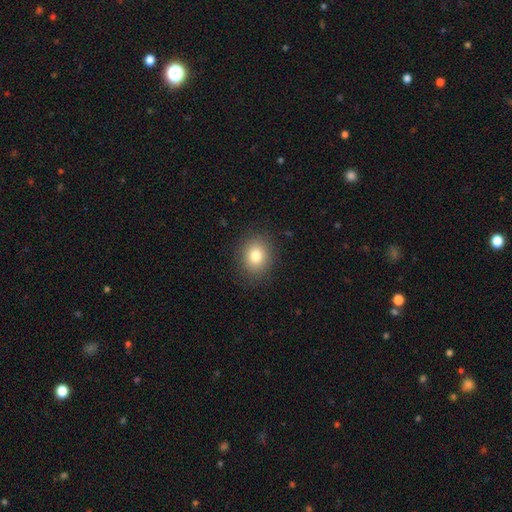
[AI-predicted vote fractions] smooth_or_featured: smooth (p=0.81) [alt: star or artifact p=0.11]
how_rounded: round (p=0.66) [alt: in between p=0.33]
merging: none (p=0.87) [alt: minor disturbance p=0.09]